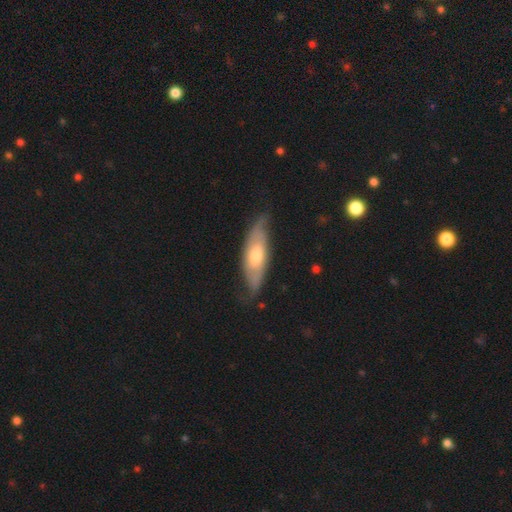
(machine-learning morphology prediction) Smooth or featured?
  - featured or disk: 55% *
  - smooth: 39%
  - star or artifact: 6%
Edge-on disk?
  - no: 62% *
  - yes: 38%
Merging?
  - none: 73% *
  - minor disturbance: 21%
  - major disturbance: 4%
  - merger: 1%